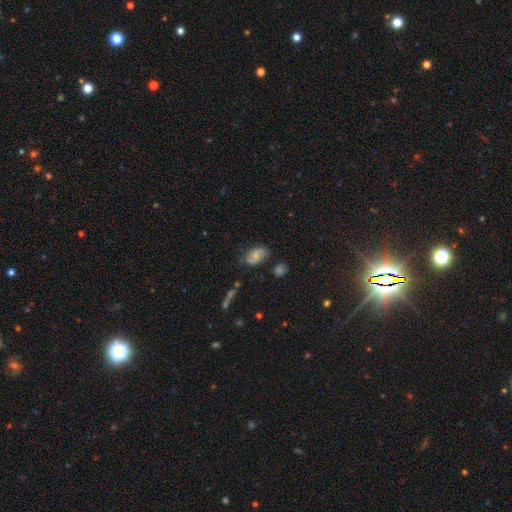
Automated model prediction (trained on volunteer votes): smooth-or-featured: smooth: 55% | featured or disk: 35% | star or artifact: 10%
  how-rounded: in between: 87% | round: 11% | cigar-shaped: 2%
  merging: none: 69% | minor disturbance: 22% | major disturbance: 6% | merger: 3%